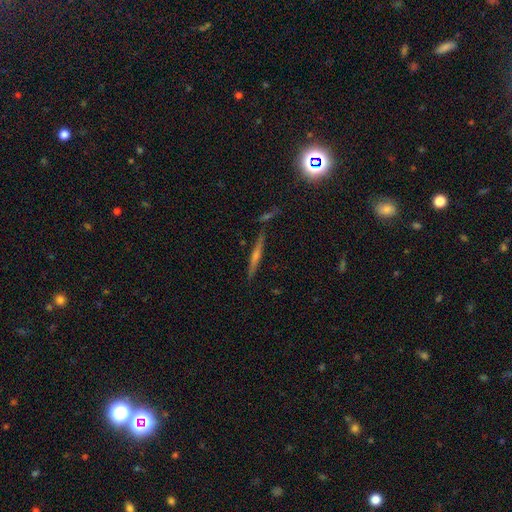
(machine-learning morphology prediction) smooth_or_featured: featured or disk (p=0.67) [alt: smooth p=0.22]
disk_edge_on: yes (p=0.97) [alt: no p=0.03]
edge_on_bulge: rounded (p=0.71) [alt: none p=0.20]
merging: none (p=0.86) [alt: minor disturbance p=0.08]